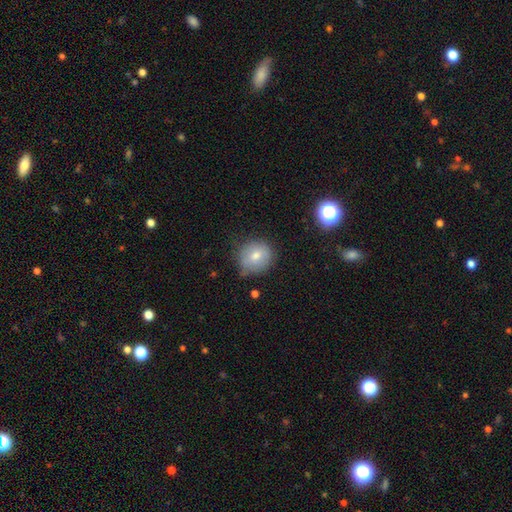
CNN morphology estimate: This appears to be a smooth galaxy with no disk features (69%) that is round (86%). Merging: none (77%).